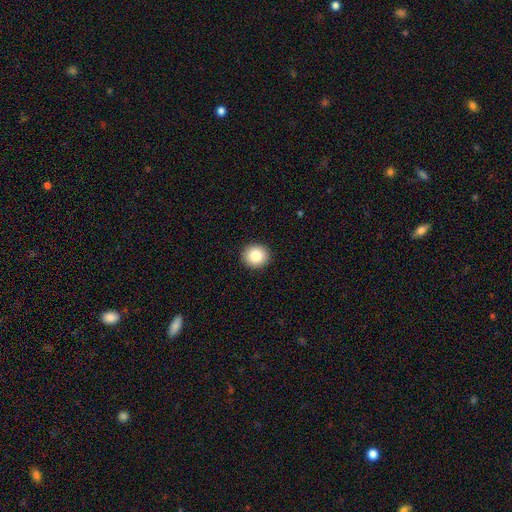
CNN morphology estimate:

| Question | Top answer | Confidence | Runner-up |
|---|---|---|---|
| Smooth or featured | smooth | 85% | star or artifact (9%) |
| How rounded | round | 89% | in between (10%) |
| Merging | none | 93% | minor disturbance (5%) |